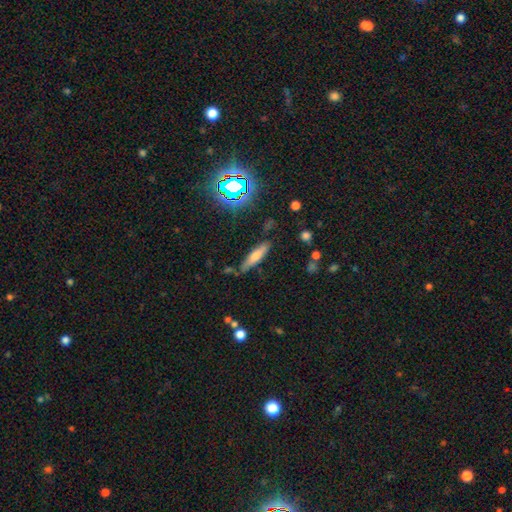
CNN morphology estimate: This appears to be a smooth galaxy with no disk features (62%) that is cigar-shaped (72%). Merging: none (73%).